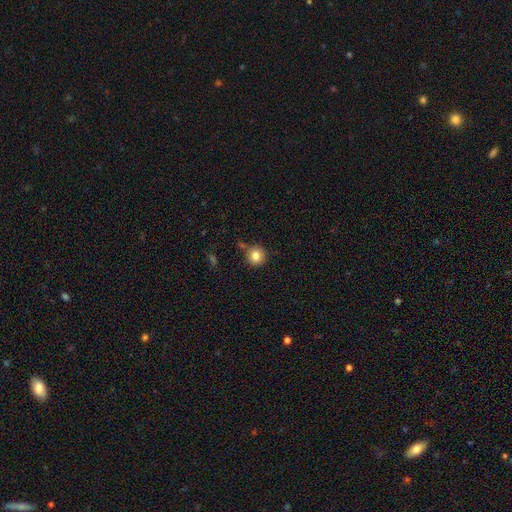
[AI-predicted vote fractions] smooth_or_featured: smooth (p=0.83) [alt: star or artifact p=0.11]
how_rounded: round (p=0.93) [alt: in between p=0.06]
merging: none (p=0.80) [alt: minor disturbance p=0.10]